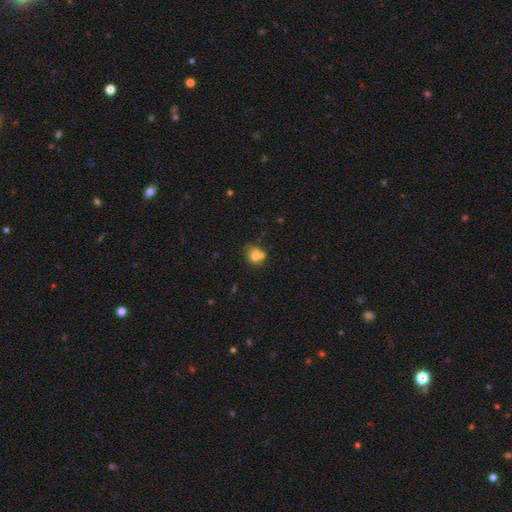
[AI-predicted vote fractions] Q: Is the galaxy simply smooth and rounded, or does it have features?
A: smooth — 71%.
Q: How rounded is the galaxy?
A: round — 73%.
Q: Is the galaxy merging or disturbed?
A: none — 49%.